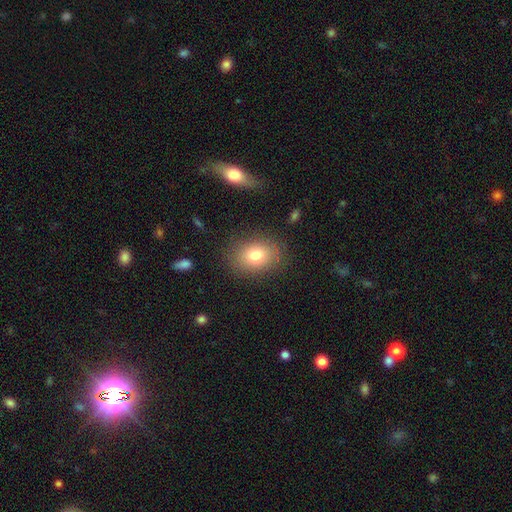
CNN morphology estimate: smooth 78%, featured or disk 12%, star or artifact 10%. Down the decision tree: how rounded — in between (67%); merging — none (84%).